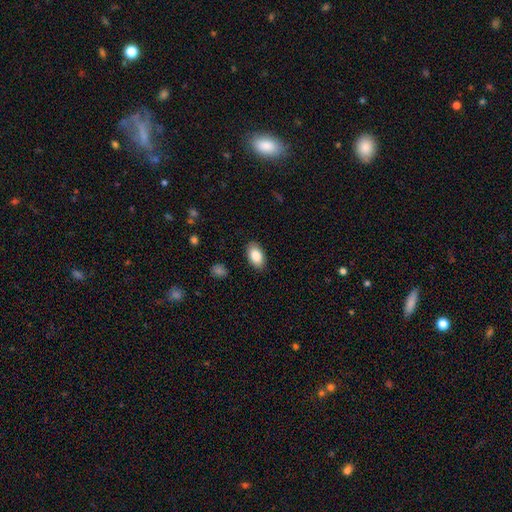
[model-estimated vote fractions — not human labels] Smooth or featured? Predicted: smooth (p=0.86). How rounded? Predicted: in between (p=0.93). Merging? Predicted: none (p=0.88).